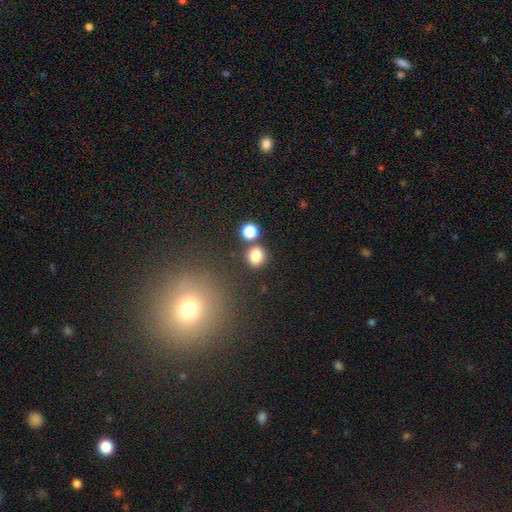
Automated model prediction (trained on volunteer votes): This is clearly a smooth galaxy (82%). How rounded: clearly round (83%). Merging: likely none (76%).